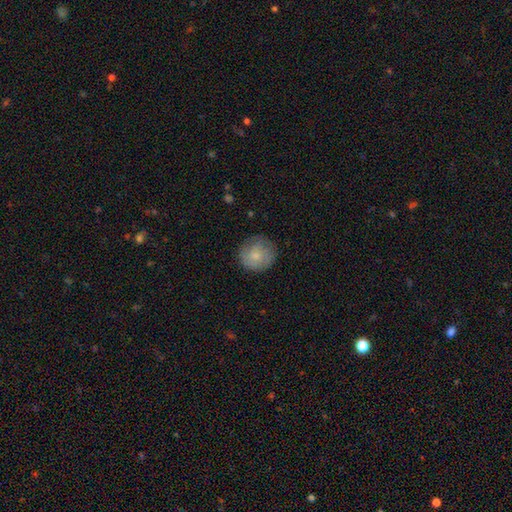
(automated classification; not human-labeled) The model was most divided on "smooth or featured": smooth: 75%, featured or disk: 19%, star or artifact: 7%. More confident: how rounded — round (92%); merging — none (79%).